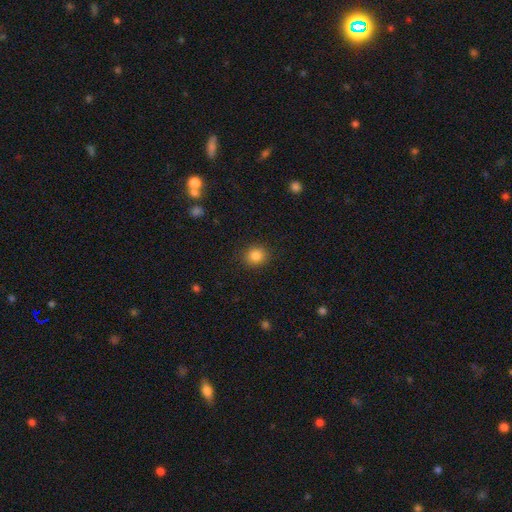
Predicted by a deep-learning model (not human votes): Q: Smooth or featured?
A: smooth (85%); runner-up: star or artifact (11%)
Q: How rounded?
A: round (76%); runner-up: in between (23%)
Q: Merging?
A: none (89%); runner-up: minor disturbance (7%)